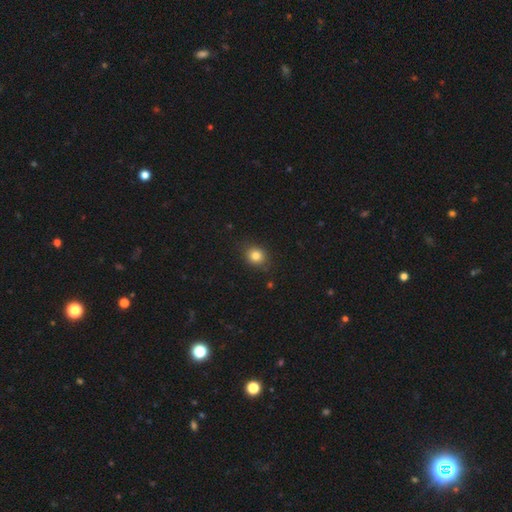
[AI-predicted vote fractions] The model was most divided on "how rounded": round: 69%, in between: 30%, cigar-shaped: 1%. More confident: merging — none (84%); smooth or featured — smooth (82%).